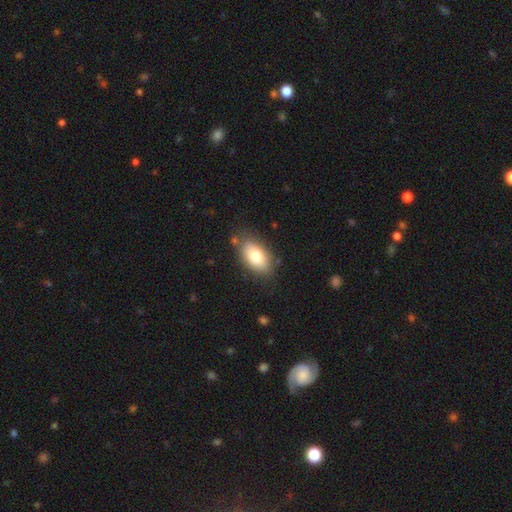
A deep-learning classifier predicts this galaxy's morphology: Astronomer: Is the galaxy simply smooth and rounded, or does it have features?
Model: smooth — 78%.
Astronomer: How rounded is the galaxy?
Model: in between — 92%.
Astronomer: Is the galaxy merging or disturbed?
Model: none — 79%.